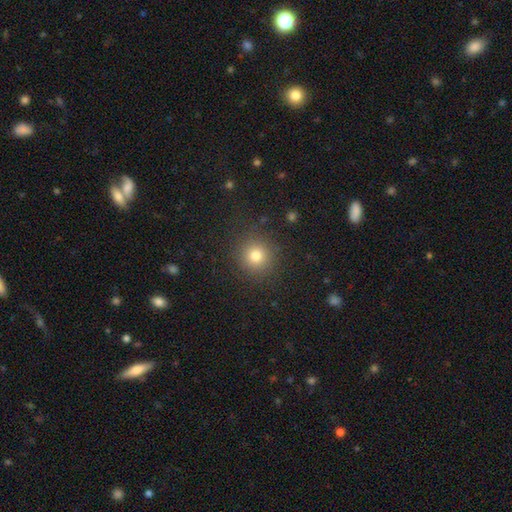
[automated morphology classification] This is likely a smooth galaxy (77%). How rounded: clearly round (92%). Merging: clearly none (88%).